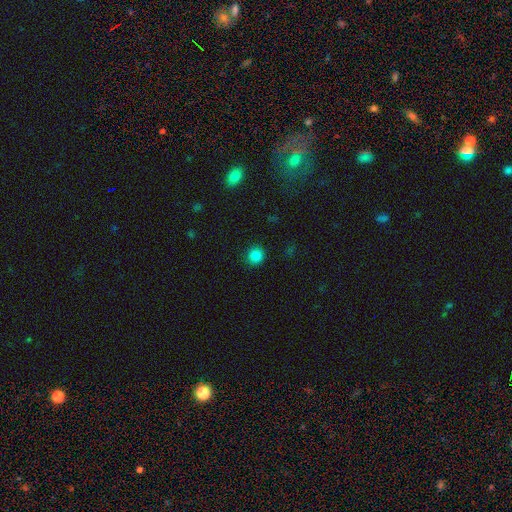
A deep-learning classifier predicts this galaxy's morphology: Smooth or featured?
  - smooth: 84% *
  - star or artifact: 12%
  - featured or disk: 4%
How rounded?
  - round: 91% *
  - in between: 8%
  - cigar-shaped: 1%
Merging?
  - none: 90% *
  - minor disturbance: 7%
  - major disturbance: 2%
  - merger: 1%